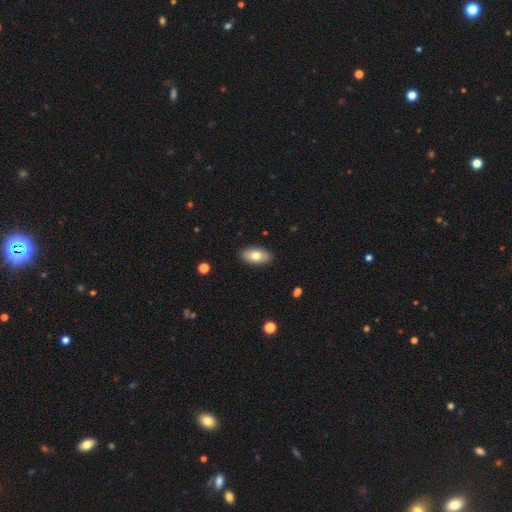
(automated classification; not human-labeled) This appears to be a smooth galaxy with no disk features (78%) that is in between round and cigar-shaped (93%). Merging: none (89%).